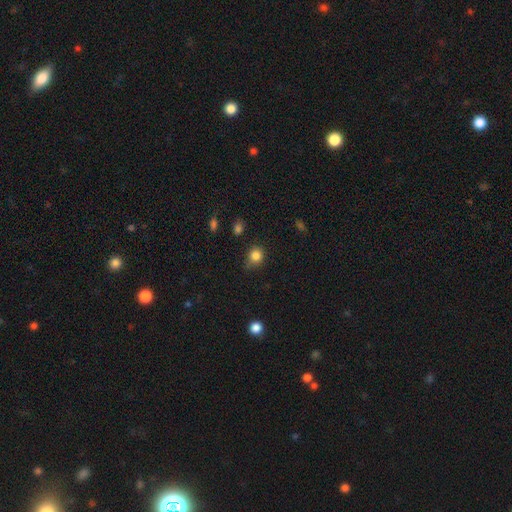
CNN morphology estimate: Overall: smooth (82%). How rounded: round (77%). Merging: none (64%; minor disturbance 27%).